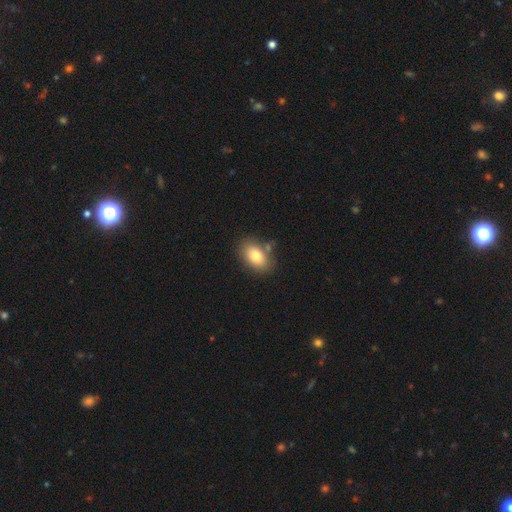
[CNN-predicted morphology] A smooth galaxy with no disk features (81%) that is in between round and cigar-shaped (88%).

Vote fractions:
- Smooth or featured? smooth: 81% / featured or disk: 11% / star or artifact: 8%
- How rounded? in between: 88% / round: 10% / cigar-shaped: 2%
- Merging? none: 75% / minor disturbance: 14% / merger: 8% / major disturbance: 4%